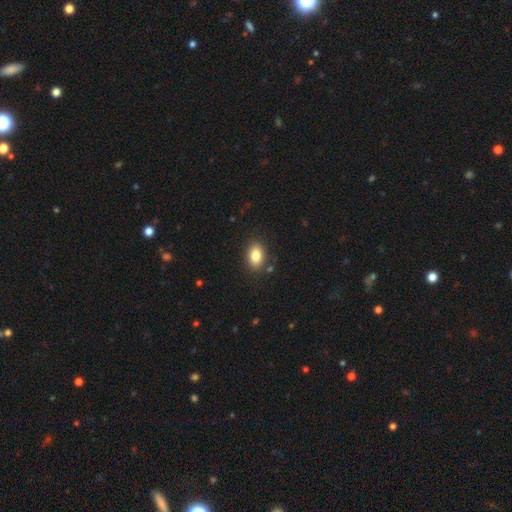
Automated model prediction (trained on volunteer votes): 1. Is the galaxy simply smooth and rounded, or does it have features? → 84% smooth, 9% star or artifact, 7% featured or disk.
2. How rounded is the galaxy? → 85% in between, 14% round, 1% cigar-shaped.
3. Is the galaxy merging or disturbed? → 86% none, 9% minor disturbance, 3% major disturbance, 2% merger.